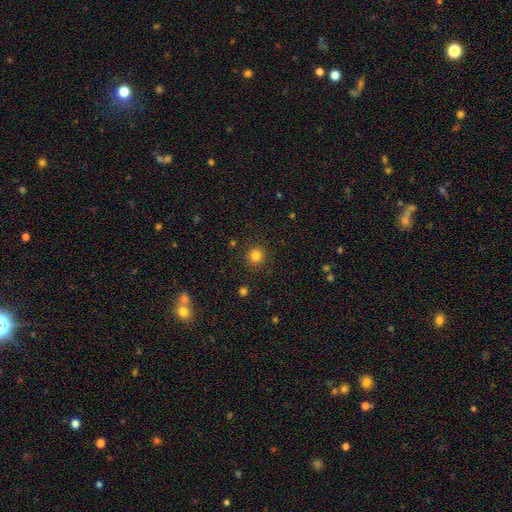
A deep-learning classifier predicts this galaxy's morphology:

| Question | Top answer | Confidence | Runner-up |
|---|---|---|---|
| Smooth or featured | smooth | 82% | star or artifact (13%) |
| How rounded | round | 92% | in between (7%) |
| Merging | none | 90% | minor disturbance (6%) |